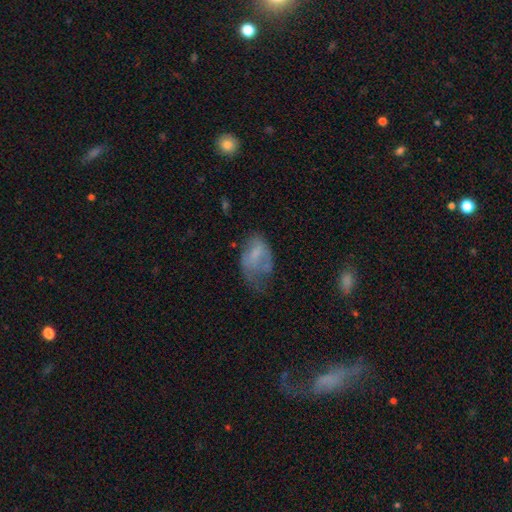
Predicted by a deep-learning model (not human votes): Overall: smooth (56%; featured or disk 34%). How rounded: in between (88%). Merging: major disturbance (38%; minor disturbance 32%).